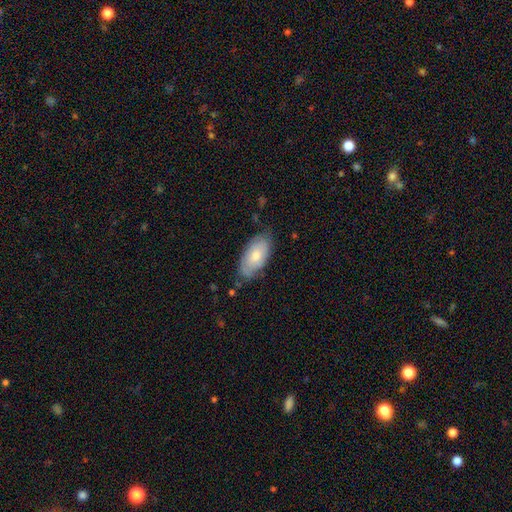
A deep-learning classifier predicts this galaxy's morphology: Overall: smooth (68%). How rounded: in between (93%). Merging: none (67%).